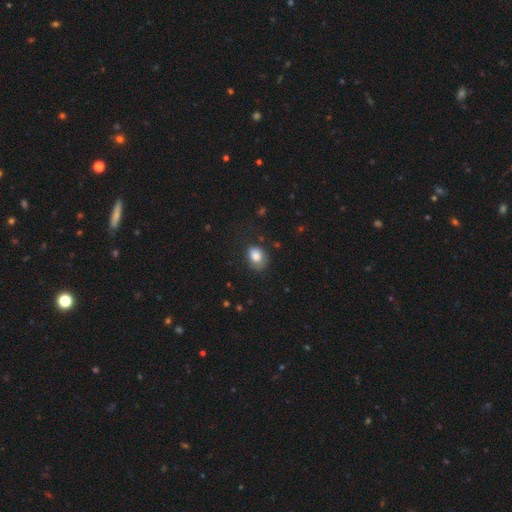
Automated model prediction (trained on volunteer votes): Q: Smooth or featured?
A: smooth (83%); runner-up: star or artifact (9%)
Q: How rounded?
A: in between (64%); runner-up: round (35%)
Q: Merging?
A: none (60%); runner-up: minor disturbance (27%)